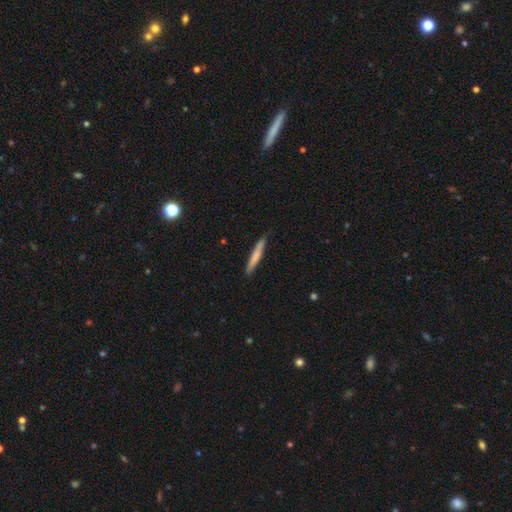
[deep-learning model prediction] Smooth or featured? Predicted: smooth (p=0.68). How rounded? Predicted: cigar-shaped (p=0.95). Merging? Predicted: none (p=0.82).